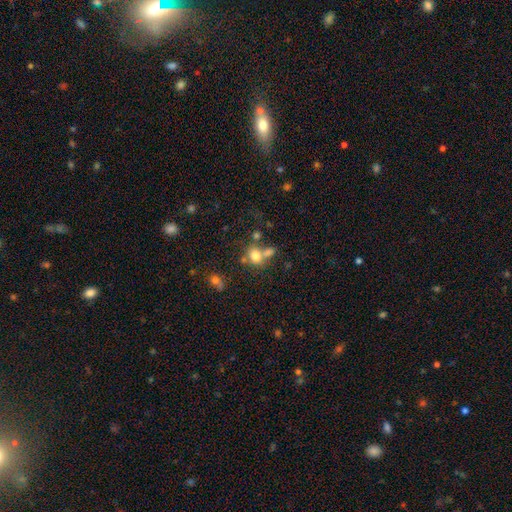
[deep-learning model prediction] Q: Smooth or featured?
A: smooth (75%); runner-up: star or artifact (13%)
Q: How rounded?
A: round (55%); runner-up: in between (43%)
Q: Merging?
A: none (43%); runner-up: merger (39%)